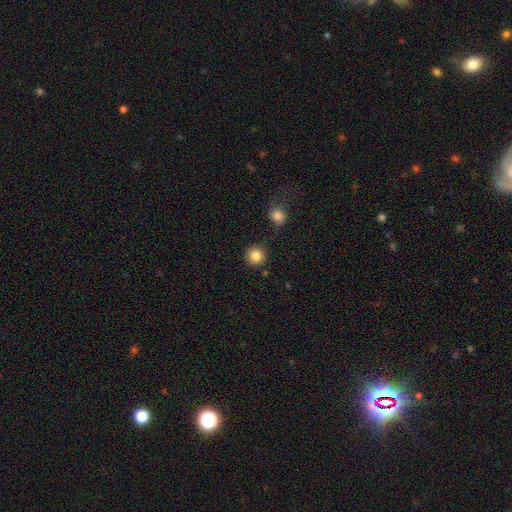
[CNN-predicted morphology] A smooth galaxy with no disk features (85%) that is round (94%).

Vote fractions:
- Smooth or featured? smooth: 85% / star or artifact: 10% / featured or disk: 5%
- How rounded? round: 94% / in between: 5% / cigar-shaped: 1%
- Merging? none: 87% / minor disturbance: 7% / merger: 3% / major disturbance: 2%